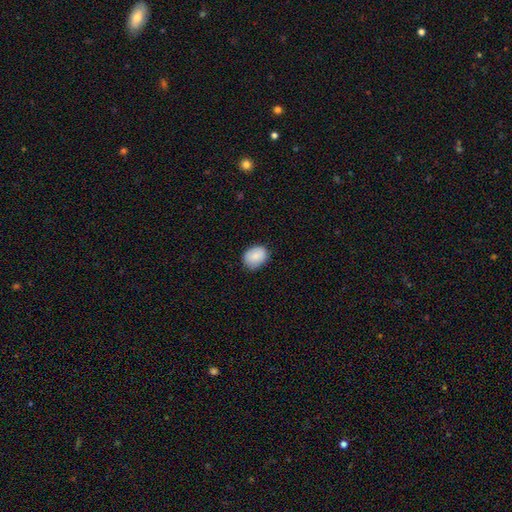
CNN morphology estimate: The model was most divided on "how rounded": in between: 60%, round: 39%, cigar-shaped: 1%. More confident: smooth or featured — smooth (86%); merging — none (78%).